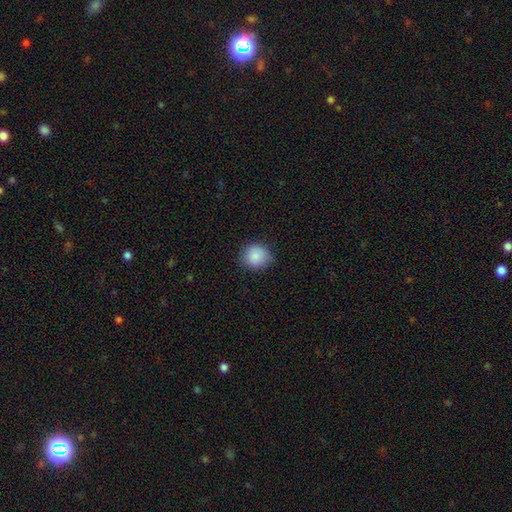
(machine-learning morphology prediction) type=smooth (88%); roundness=round (87%); merging=none (81%).